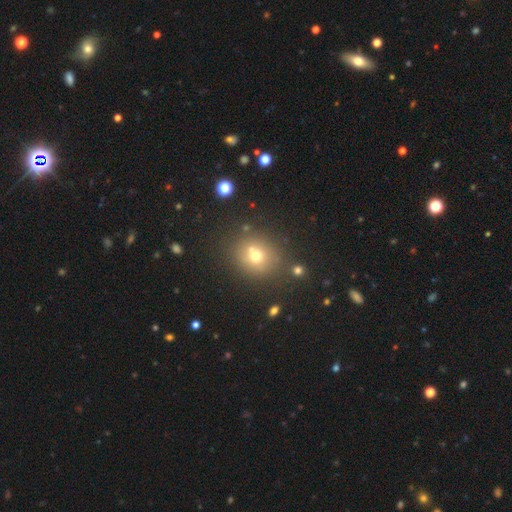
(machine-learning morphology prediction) The model was most divided on "smooth or featured": smooth: 64%, star or artifact: 20%, featured or disk: 16%. More confident: how rounded — round (76%); merging — none (68%).